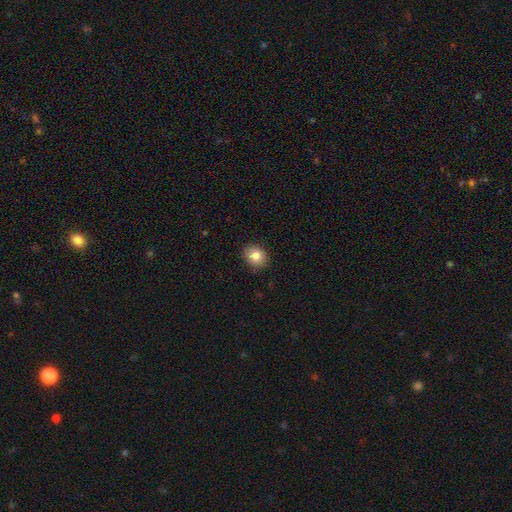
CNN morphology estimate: Smooth or featured?
  - smooth: 82% *
  - star or artifact: 10%
  - featured or disk: 8%
How rounded?
  - round: 61% *
  - in between: 38%
  - cigar-shaped: 1%
Merging?
  - none: 89% *
  - minor disturbance: 8%
  - major disturbance: 2%
  - merger: 1%